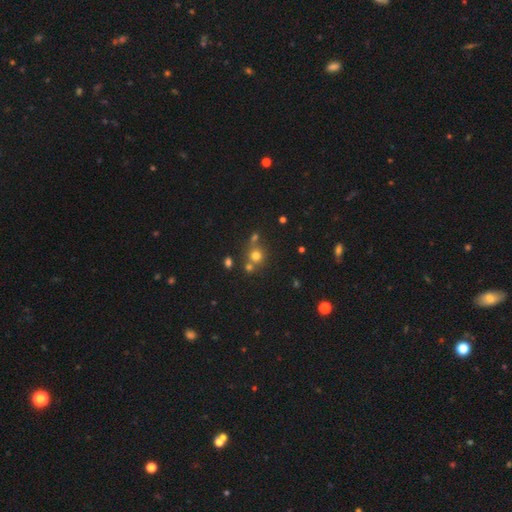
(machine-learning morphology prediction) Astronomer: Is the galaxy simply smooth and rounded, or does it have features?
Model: smooth — 71%.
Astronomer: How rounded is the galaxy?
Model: round — 89%.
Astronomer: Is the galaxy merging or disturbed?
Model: none — 61%.